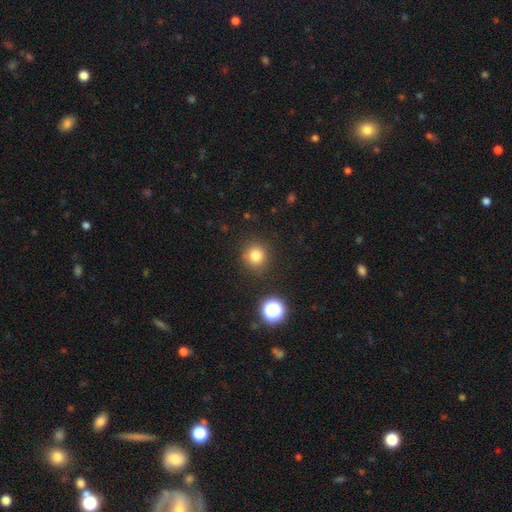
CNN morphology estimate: Overall: smooth (80%). How rounded: round (91%). Merging: none (85%).